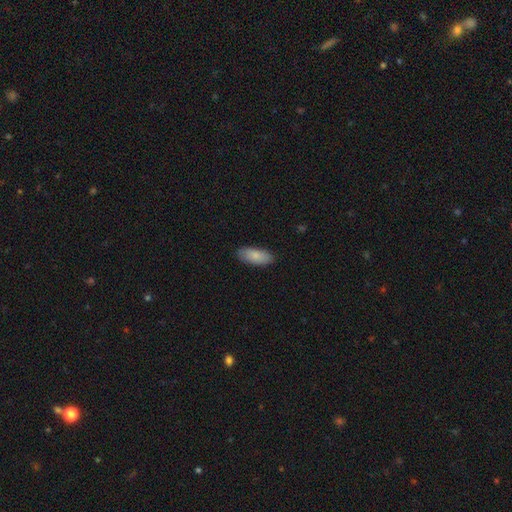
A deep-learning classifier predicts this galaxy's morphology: Smooth or featured: smooth — 86% (featured or disk — 8%)
How rounded: in between — 85% (cigar-shaped — 13%)
Merging: none — 87% (minor disturbance — 10%)